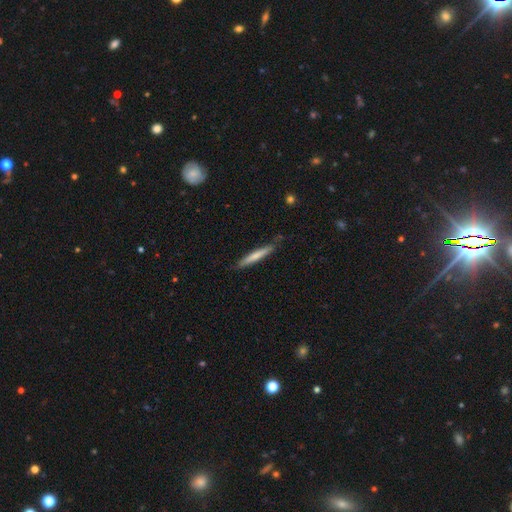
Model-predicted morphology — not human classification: A smooth galaxy with no disk features (66%) that is cigar-shaped (95%).

Vote fractions:
- Smooth or featured? smooth: 66% / featured or disk: 29% / star or artifact: 5%
- How rounded? cigar-shaped: 95% / in between: 4% / round: 1%
- Merging? none: 81% / minor disturbance: 15% / major disturbance: 2% / merger: 2%